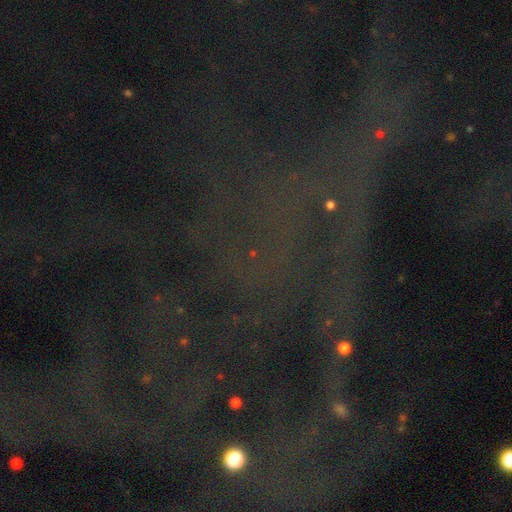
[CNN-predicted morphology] Overall: star or artifact (79%).